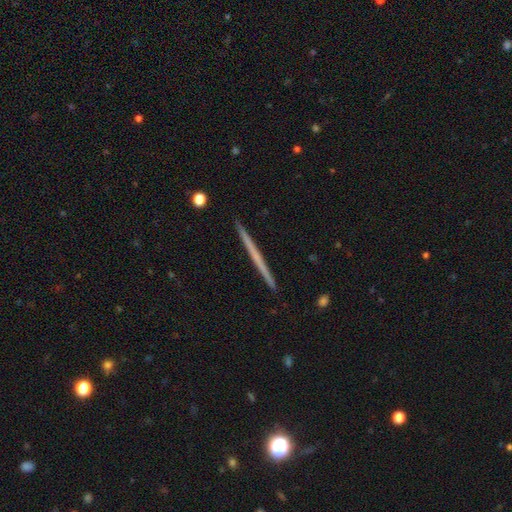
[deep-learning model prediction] This is possibly a featured or disk galaxy (60%). It is clearly viewed edge-on (98%). Edge-on bulge: clearly none (88%). Merging: clearly none (93%).